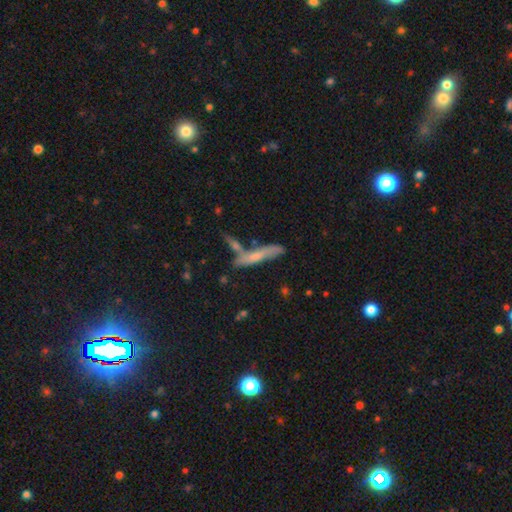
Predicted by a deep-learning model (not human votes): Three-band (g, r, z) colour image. It shows a smooth galaxy with no disk features (55%) that is cigar-shaped (87%). Merging: none (59%).